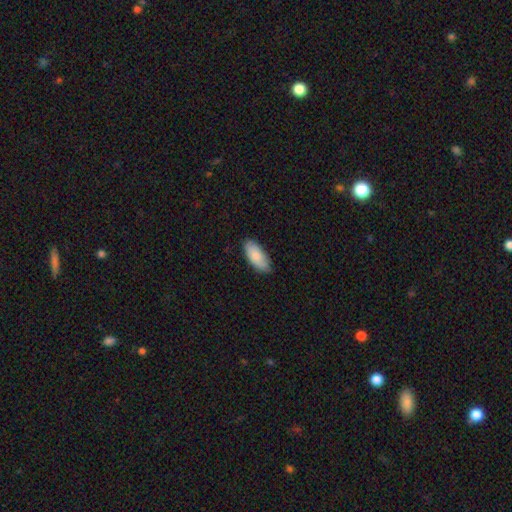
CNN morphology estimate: Overall: smooth (84%). How rounded: in between (90%). Merging: none (85%).